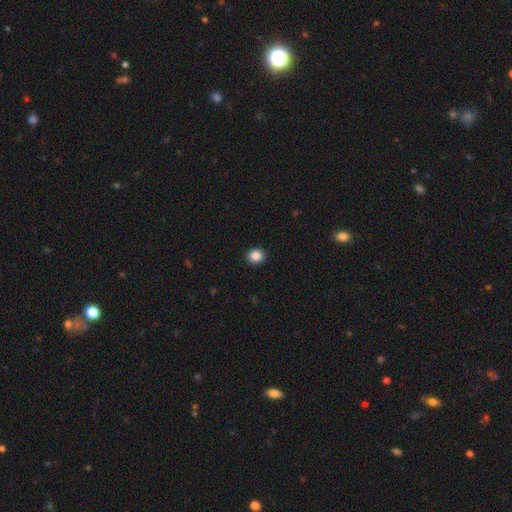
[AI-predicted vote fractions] Q: Smooth or featured?
A: smooth (87%); runner-up: star or artifact (10%)
Q: How rounded?
A: round (81%); runner-up: in between (18%)
Q: Merging?
A: none (92%); runner-up: minor disturbance (6%)